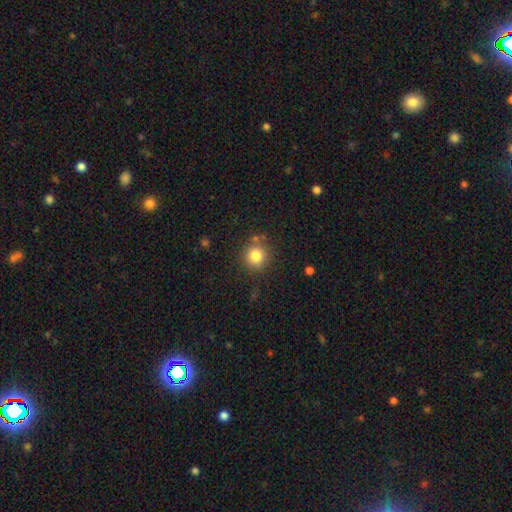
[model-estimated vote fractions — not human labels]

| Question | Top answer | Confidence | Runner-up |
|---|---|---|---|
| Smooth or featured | smooth | 81% | star or artifact (12%) |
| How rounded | round | 91% | in between (8%) |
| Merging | none | 82% | minor disturbance (10%) |